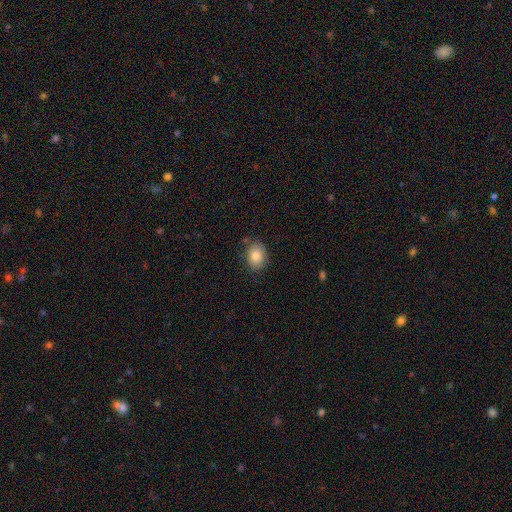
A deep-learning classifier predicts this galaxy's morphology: smooth-or-featured: smooth: 85% | star or artifact: 8% | featured or disk: 7%
  how-rounded: in between: 61% | round: 38% | cigar-shaped: 1%
  merging: none: 79% | minor disturbance: 15% | major disturbance: 4% | merger: 2%